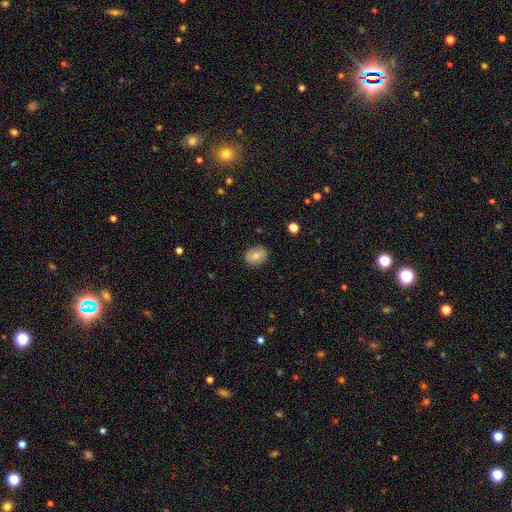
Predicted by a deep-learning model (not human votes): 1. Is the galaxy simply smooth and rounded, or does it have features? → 70% smooth, 22% featured or disk, 8% star or artifact.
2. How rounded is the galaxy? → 57% in between, 42% round, 1% cigar-shaped.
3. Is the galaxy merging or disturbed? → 85% none, 11% minor disturbance, 3% major disturbance, 1% merger.